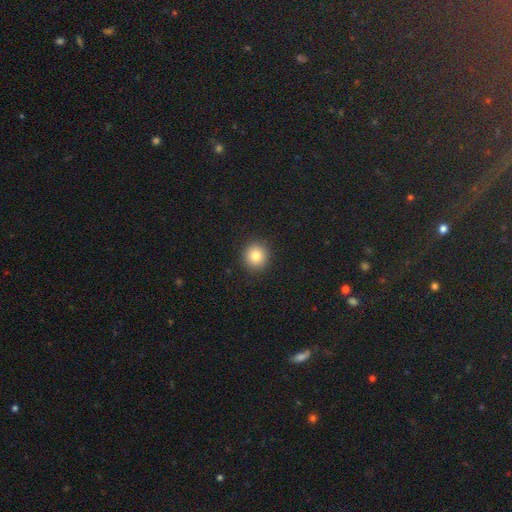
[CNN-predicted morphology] Smooth or featured?
  - smooth: 82% *
  - star or artifact: 11%
  - featured or disk: 7%
How rounded?
  - round: 93% *
  - in between: 6%
  - cigar-shaped: 1%
Merging?
  - none: 92% *
  - minor disturbance: 5%
  - major disturbance: 2%
  - merger: 1%